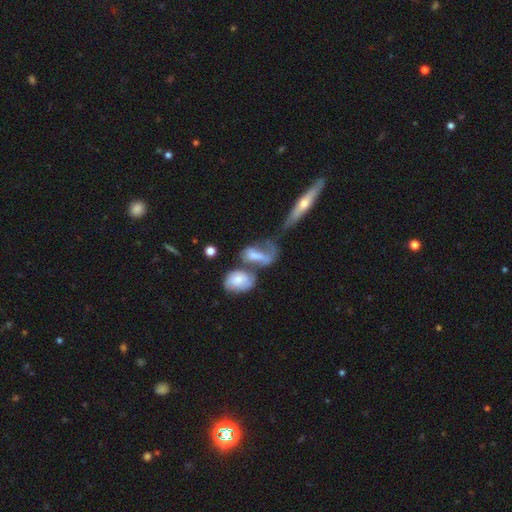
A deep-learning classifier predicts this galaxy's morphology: Smooth or featured?
  - featured or disk: 46% *
  - smooth: 44%
  - star or artifact: 9%
Merging?
  - merger: 51% *
  - major disturbance: 20%
  - none: 17%
  - minor disturbance: 12%